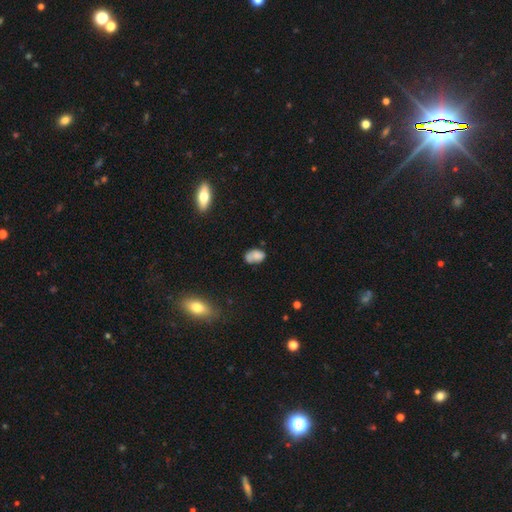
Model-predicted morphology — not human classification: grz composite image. It shows a smooth galaxy with no disk features (71%) that is in between round and cigar-shaped (86%). Merging: none (48%).